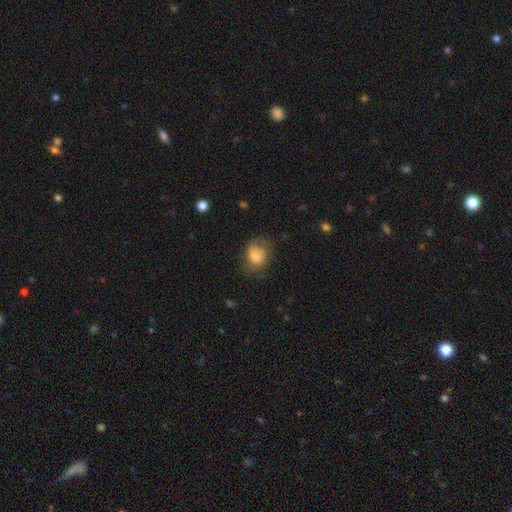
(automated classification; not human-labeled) Smooth or featured? smooth (80%)
How rounded? in between (51%)
Merging? none (57%)